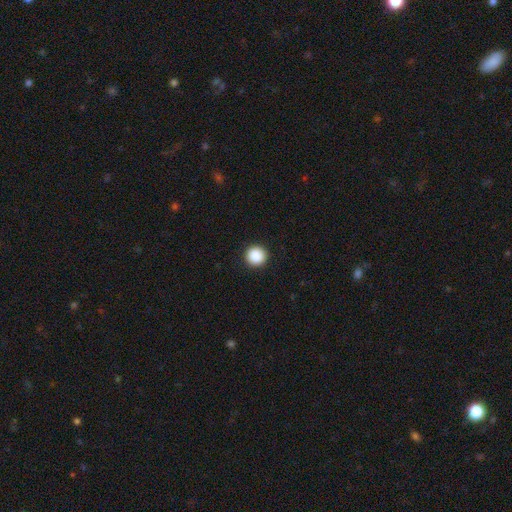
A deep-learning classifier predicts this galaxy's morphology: The model was most divided on "smooth or featured": smooth: 89%, star or artifact: 9%, featured or disk: 2%. More confident: how rounded — round (96%); merging — none (93%).